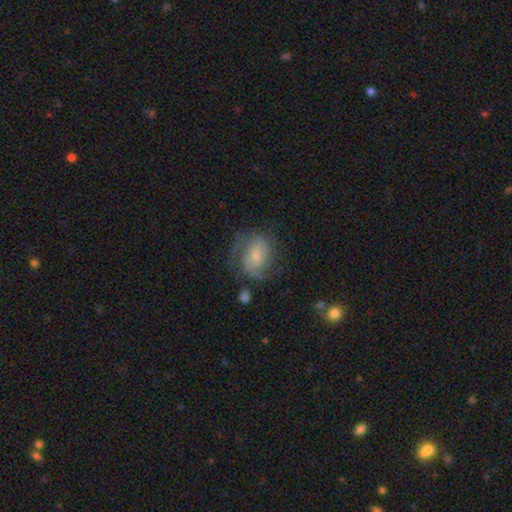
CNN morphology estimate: Smooth or featured? featured or disk (65%)
Edge-on disk? no (97%)
Bar? no (50%)
Spiral arms? yes (86%)
Spiral winding? medium (45%)
Spiral arm count? 2 (53%)
Bulge size? small (55%)
Merging? none (54%)